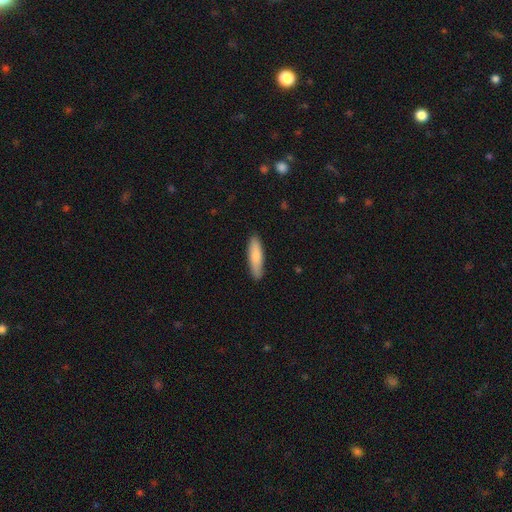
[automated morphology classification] A smooth galaxy with no disk features (81%) that is cigar-shaped (68%). Merging: none (88%).